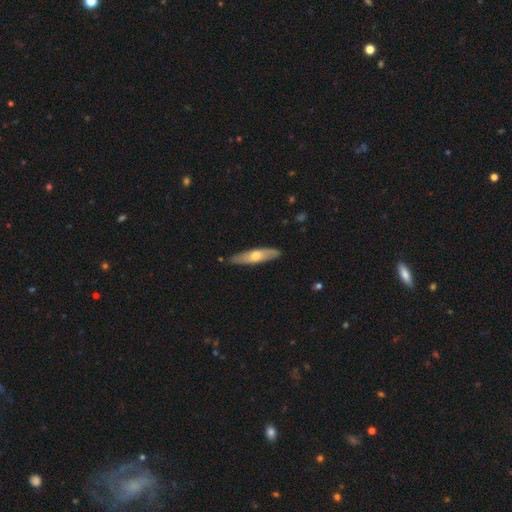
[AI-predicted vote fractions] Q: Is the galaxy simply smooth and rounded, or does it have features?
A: smooth — 49%.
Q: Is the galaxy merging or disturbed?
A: none — 86%.